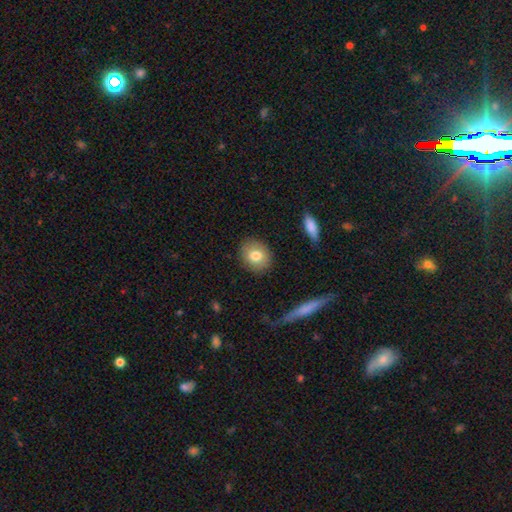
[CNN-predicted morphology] A smooth galaxy with no disk features (79%) that is round (65%).

Vote fractions:
- Smooth or featured? smooth: 79% / featured or disk: 13% / star or artifact: 8%
- How rounded? round: 65% / in between: 34% / cigar-shaped: 2%
- Merging? none: 87% / minor disturbance: 9% / major disturbance: 2% / merger: 1%